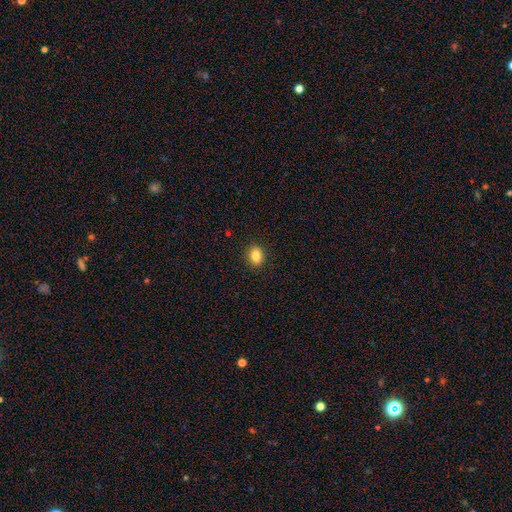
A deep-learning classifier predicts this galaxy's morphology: Smooth or featured: smooth — 84% (star or artifact — 10%)
How rounded: in between — 63% (round — 36%)
Merging: none — 90% (minor disturbance — 7%)